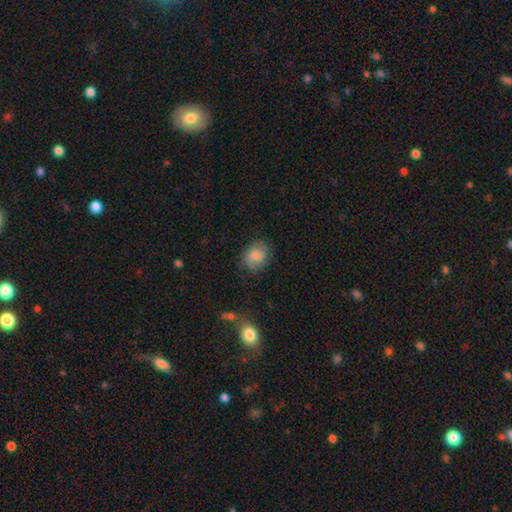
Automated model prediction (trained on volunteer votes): This is clearly a smooth galaxy (83%). How rounded: possibly in between (53%). Merging: likely none (77%).